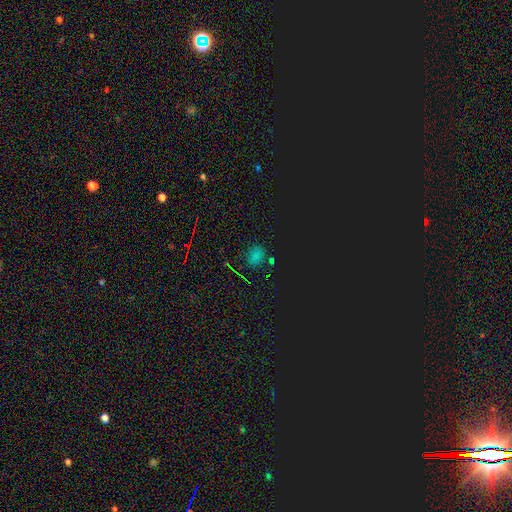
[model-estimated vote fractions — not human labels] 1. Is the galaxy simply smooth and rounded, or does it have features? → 52% star or artifact, 43% smooth, 6% featured or disk.